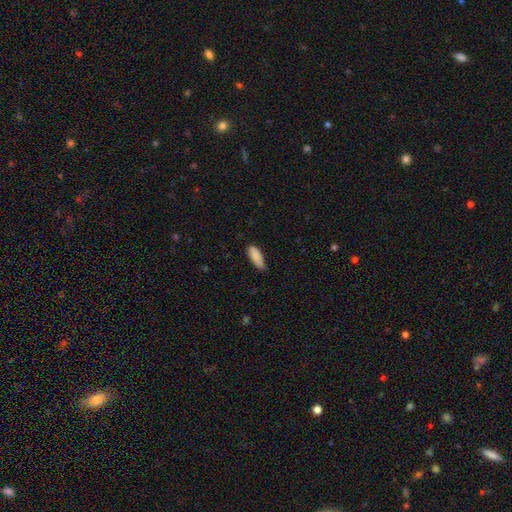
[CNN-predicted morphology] This appears to be a smooth galaxy with no disk features (88%) that is in between round and cigar-shaped (78%). Merging: none (65%).